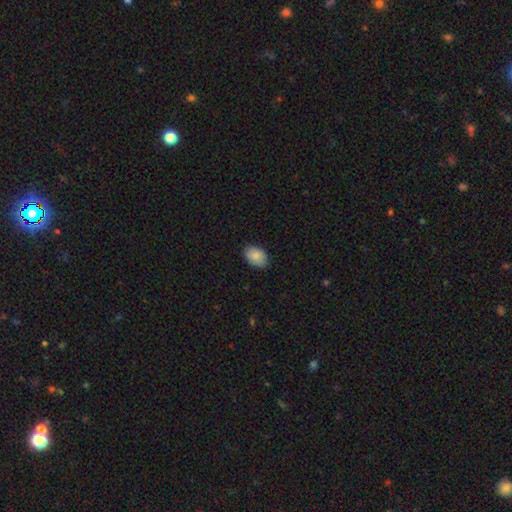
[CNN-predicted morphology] smooth-or-featured: smooth: 86% | featured or disk: 7% | star or artifact: 7%
  how-rounded: in between: 81% | round: 18% | cigar-shaped: 1%
  merging: none: 86% | minor disturbance: 11% | major disturbance: 2% | merger: 1%